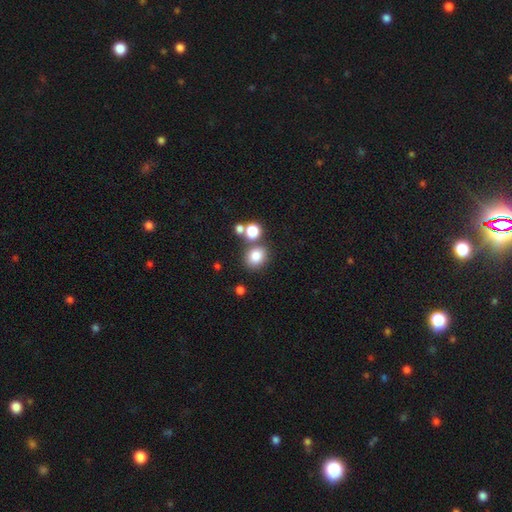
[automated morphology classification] The model was most divided on "how rounded": round: 69%, in between: 30%, cigar-shaped: 1%. More confident: smooth or featured — smooth (80%); merging — none (69%).